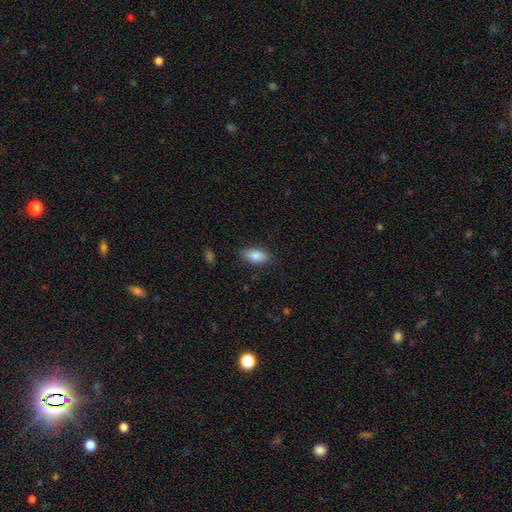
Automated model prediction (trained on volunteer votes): smooth 86%, featured or disk 7%, star or artifact 7%. Down the decision tree: how rounded — in between (90%); merging — none (85%).